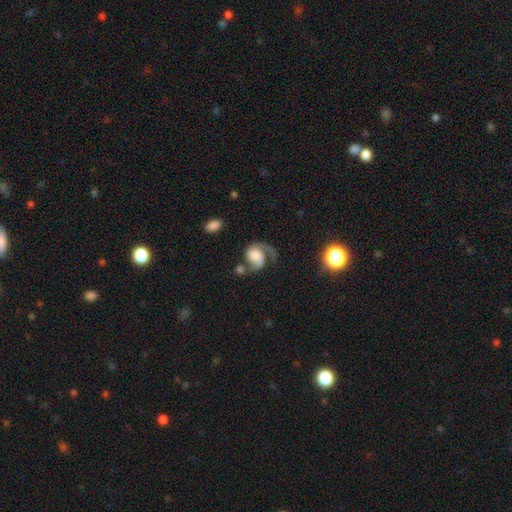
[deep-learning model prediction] A featured or disk galaxy (73%) with no bar (66%), 1 (53%) medium (41%) spiral arms (93%) and a large central bulge (32%). Merging: major disturbance (35%, tied with none).